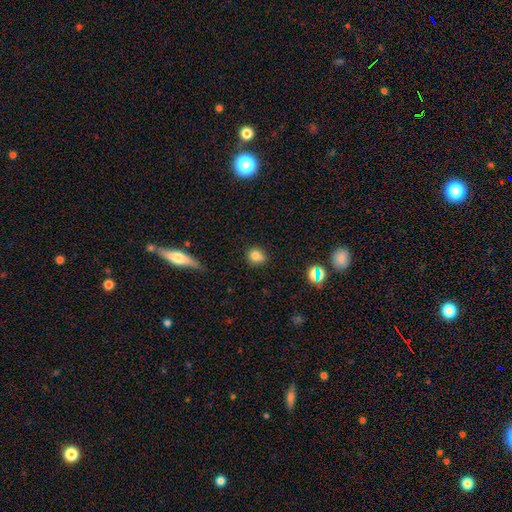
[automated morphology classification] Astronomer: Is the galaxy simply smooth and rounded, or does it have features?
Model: smooth — 79%.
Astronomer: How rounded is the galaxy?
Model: round — 77%.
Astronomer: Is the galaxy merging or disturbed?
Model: none — 79%.